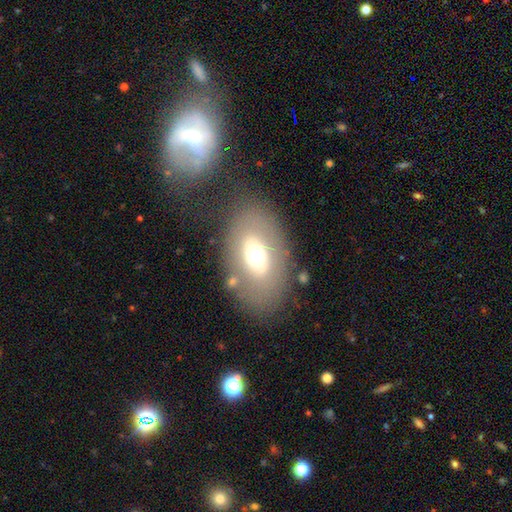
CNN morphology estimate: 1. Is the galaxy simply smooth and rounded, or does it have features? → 53% smooth, 37% featured or disk, 10% star or artifact.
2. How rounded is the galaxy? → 84% in between, 14% round, 2% cigar-shaped.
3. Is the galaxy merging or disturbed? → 72% none, 14% minor disturbance, 9% major disturbance, 5% merger.